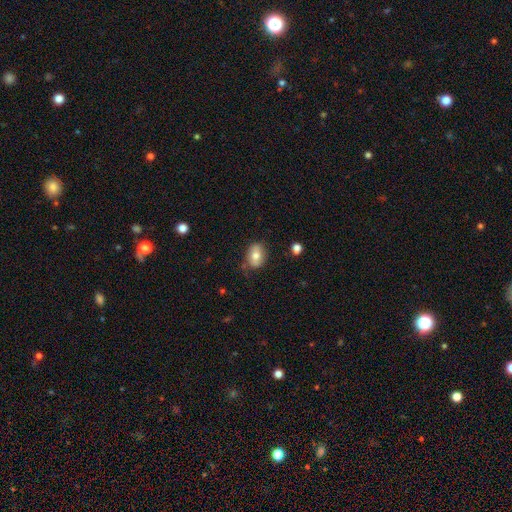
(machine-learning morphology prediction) smooth 69%, featured or disk 22%, star or artifact 8%. Down the decision tree: how rounded — in between (76%); merging — none (74%).